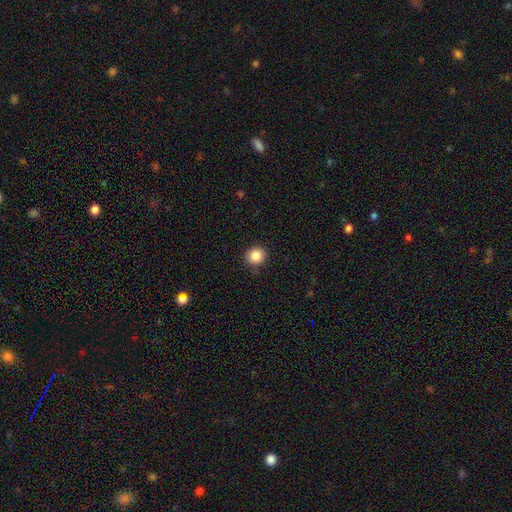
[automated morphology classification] Q: Smooth or featured?
A: smooth (86%); runner-up: star or artifact (10%)
Q: How rounded?
A: round (90%); runner-up: in between (9%)
Q: Merging?
A: none (90%); runner-up: minor disturbance (7%)